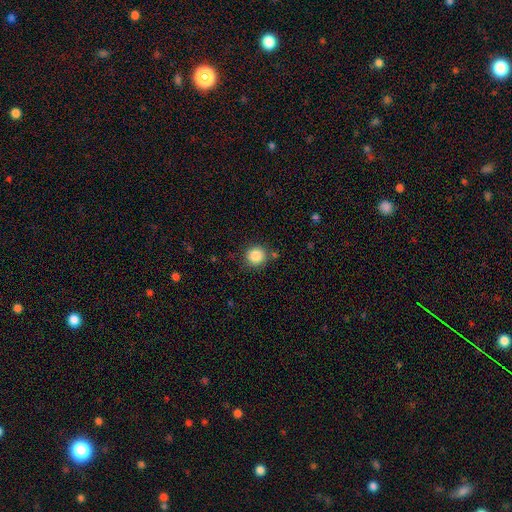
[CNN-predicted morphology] Q: Smooth or featured?
A: smooth (86%); runner-up: star or artifact (10%)
Q: How rounded?
A: round (93%); runner-up: in between (6%)
Q: Merging?
A: none (85%); runner-up: minor disturbance (9%)